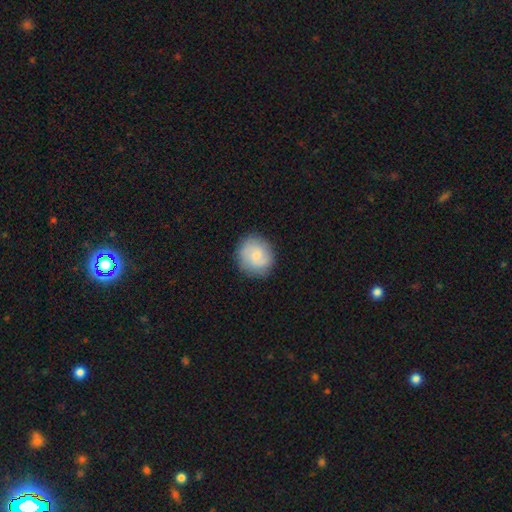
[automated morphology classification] This appears to be a smooth galaxy with no disk features (54%) that is round (86%). Merging: none (84%).